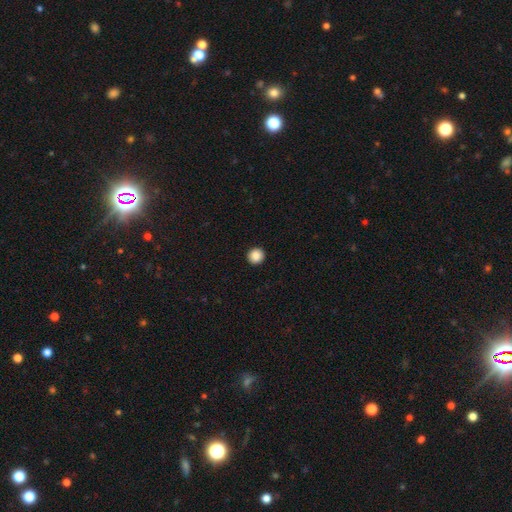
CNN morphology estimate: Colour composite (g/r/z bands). It shows a smooth galaxy with no disk features (88%) that is round (95%). Merging: none (94%).